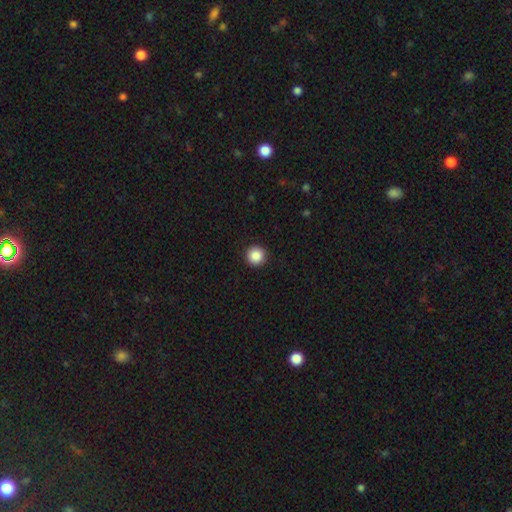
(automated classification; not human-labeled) This is clearly a smooth galaxy (88%). How rounded: clearly round (96%). Merging: clearly none (93%).